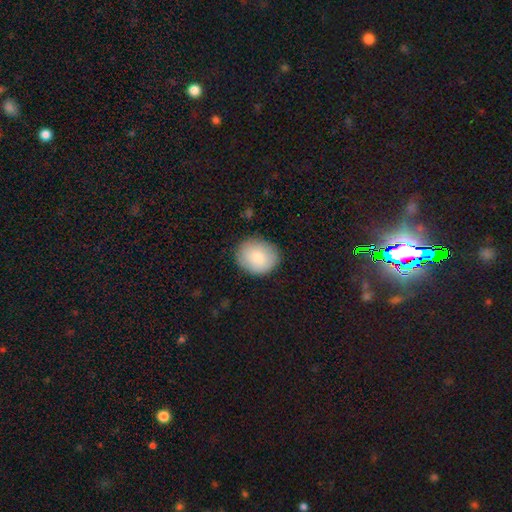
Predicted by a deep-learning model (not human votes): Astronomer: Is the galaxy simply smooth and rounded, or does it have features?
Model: smooth — 82%.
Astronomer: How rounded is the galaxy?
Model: round — 69%.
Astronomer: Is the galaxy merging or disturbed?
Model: none — 85%.